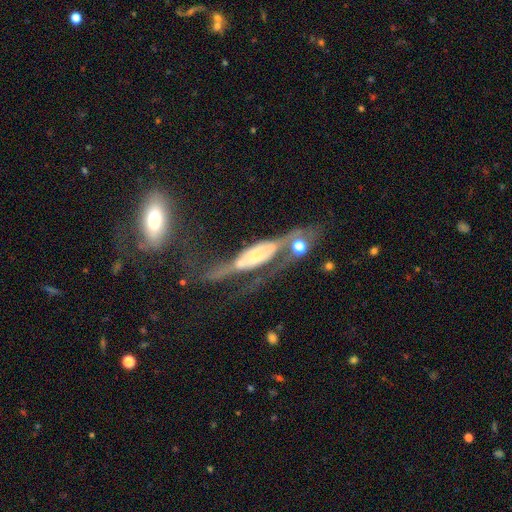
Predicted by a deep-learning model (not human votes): The model was most divided on "edge-on disk": no: 52%, yes: 48%. Remaining: smooth or featured — featured or disk (66%); merging — major disturbance (42%).